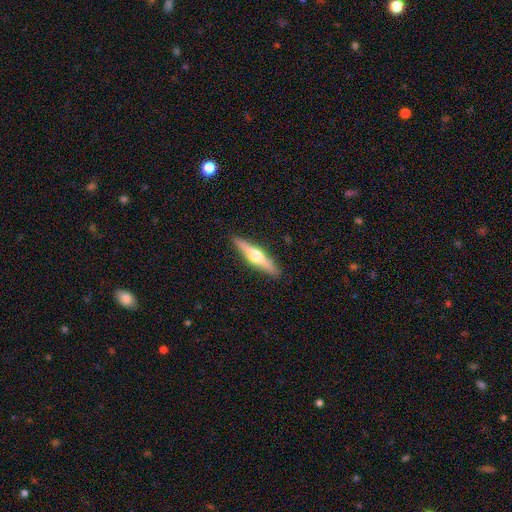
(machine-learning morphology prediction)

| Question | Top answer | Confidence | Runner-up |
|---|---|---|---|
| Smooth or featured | featured or disk | 63% | smooth (32%) |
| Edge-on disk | yes | 96% | no (4%) |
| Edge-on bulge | rounded | 94% | boxy (4%) |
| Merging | none | 90% | minor disturbance (7%) |